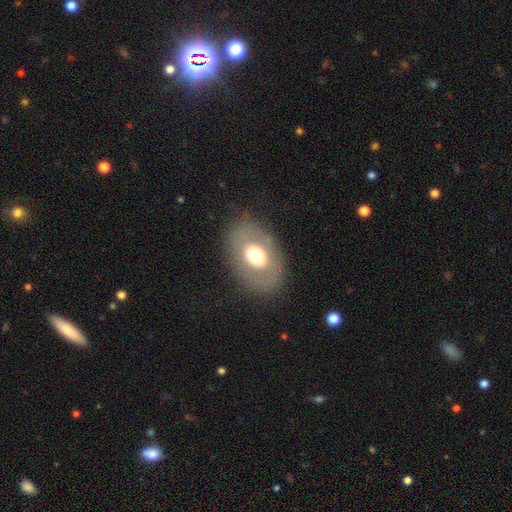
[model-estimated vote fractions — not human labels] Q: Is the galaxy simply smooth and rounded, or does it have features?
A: smooth — 57%.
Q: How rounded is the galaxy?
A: in between — 77%.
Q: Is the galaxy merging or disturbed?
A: none — 81%.